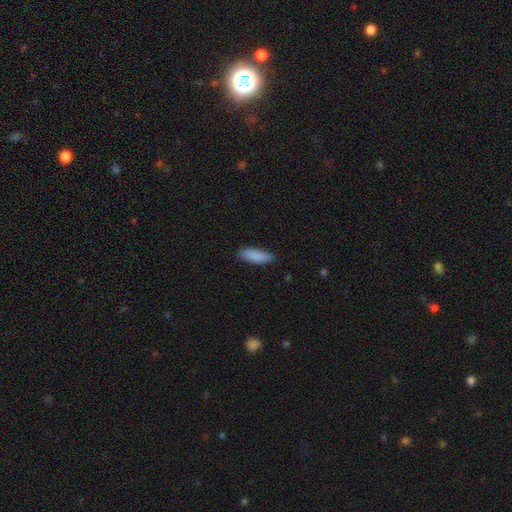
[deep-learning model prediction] A smooth galaxy with no disk features (89%) that is in between round and cigar-shaped (63%).

Vote fractions:
- Smooth or featured? smooth: 89% / star or artifact: 6% / featured or disk: 5%
- How rounded? in between: 63% / cigar-shaped: 35% / round: 2%
- Merging? none: 87% / minor disturbance: 10% / major disturbance: 2% / merger: 1%